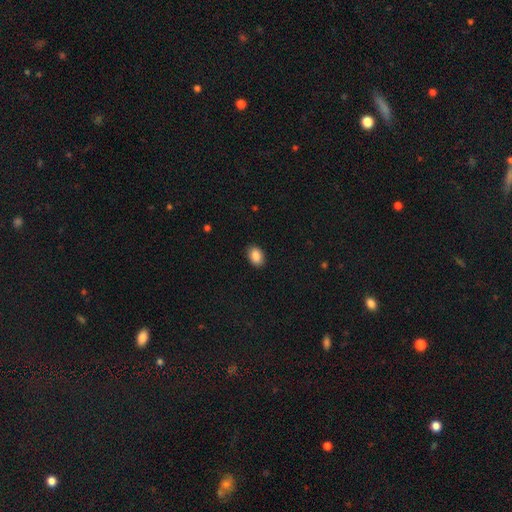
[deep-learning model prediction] Smooth or featured: smooth — 87% (star or artifact — 8%)
How rounded: in between — 81% (round — 18%)
Merging: none — 90% (minor disturbance — 8%)